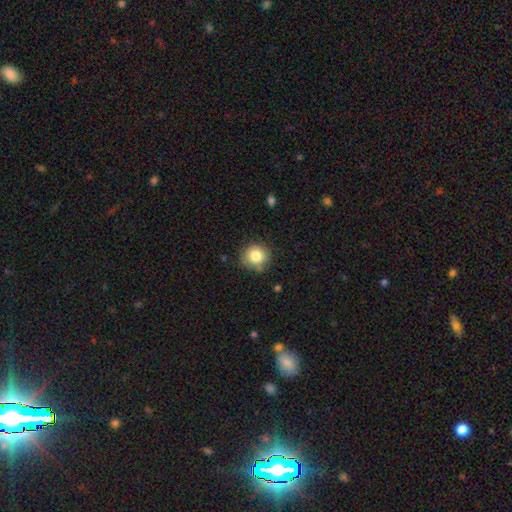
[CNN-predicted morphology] A smooth galaxy with no disk features (82%) that is round (90%).

Vote fractions:
- Smooth or featured? smooth: 82% / star or artifact: 10% / featured or disk: 8%
- How rounded? round: 90% / in between: 9% / cigar-shaped: 1%
- Merging? none: 82% / minor disturbance: 13% / major disturbance: 3% / merger: 2%